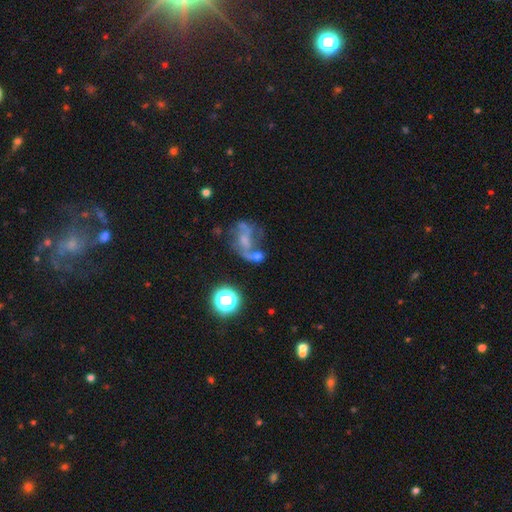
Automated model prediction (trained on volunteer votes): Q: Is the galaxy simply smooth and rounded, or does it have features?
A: featured or disk — 44%.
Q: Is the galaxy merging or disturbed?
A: merger — 30%, tied with none.